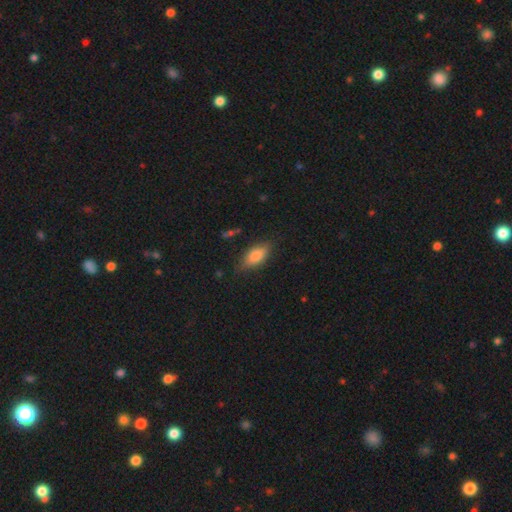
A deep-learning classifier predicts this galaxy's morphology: smooth 81%, featured or disk 12%, star or artifact 7%. Down the decision tree: how rounded — in between (85%); merging — none (76%).